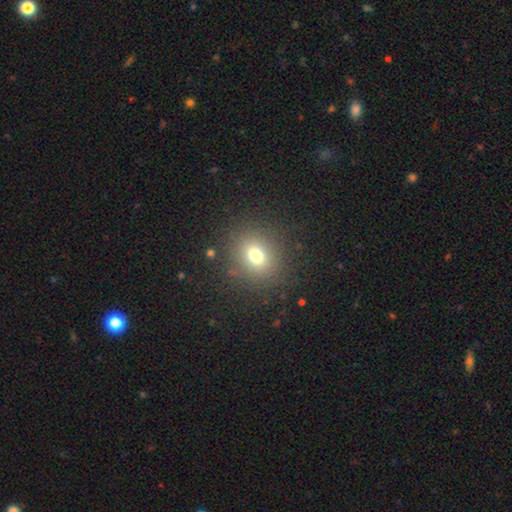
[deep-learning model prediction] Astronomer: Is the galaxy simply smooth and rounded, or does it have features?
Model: smooth — 72%.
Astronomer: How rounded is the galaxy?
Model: round — 76%.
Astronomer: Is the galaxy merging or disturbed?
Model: none — 86%.